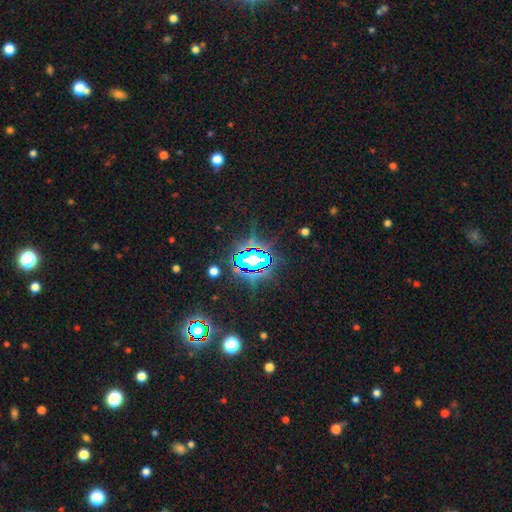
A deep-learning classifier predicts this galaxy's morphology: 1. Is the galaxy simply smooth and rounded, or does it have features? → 82% star or artifact, 11% smooth, 7% featured or disk.